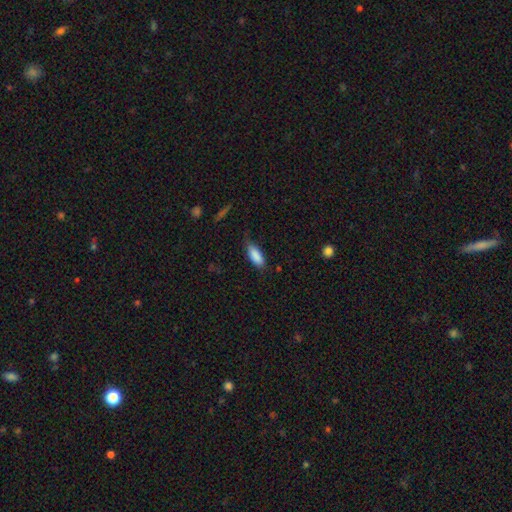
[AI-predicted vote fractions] Smooth or featured?
  - smooth: 87% *
  - star or artifact: 7%
  - featured or disk: 6%
How rounded?
  - in between: 78% *
  - cigar-shaped: 20%
  - round: 2%
Merging?
  - none: 64% *
  - minor disturbance: 28%
  - major disturbance: 6%
  - merger: 2%